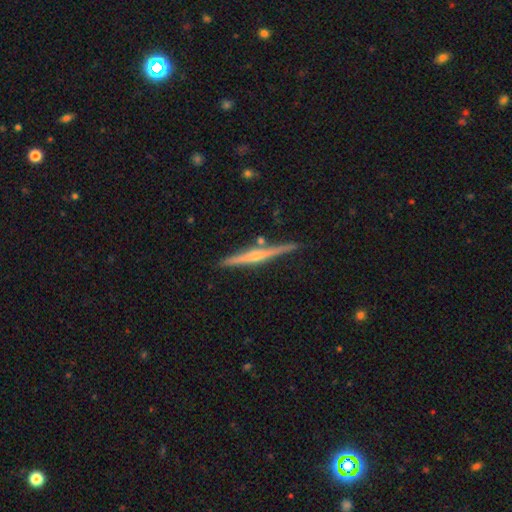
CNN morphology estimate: smooth-or-featured: featured or disk: 74% | smooth: 20% | star or artifact: 6%
  disk-edge-on: yes: 98% | no: 2%
    edge-on-bulge: rounded: 76% | none: 18% | boxy: 6%
  merging: none: 85% | minor disturbance: 9% | merger: 4% | major disturbance: 2%